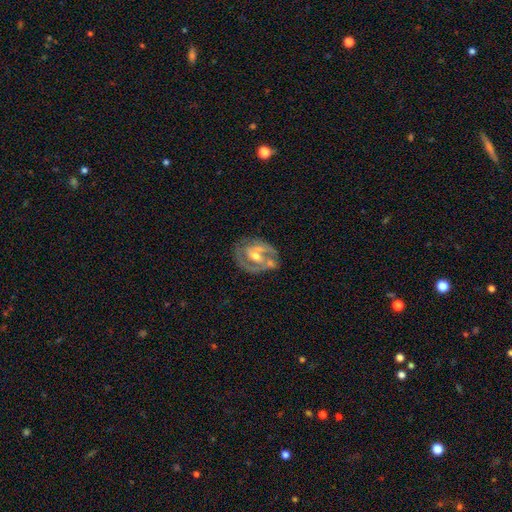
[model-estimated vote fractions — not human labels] smooth_or_featured: featured or disk (p=0.85) [alt: smooth p=0.10]
disk_edge_on: no (p=0.97) [alt: yes p=0.03]
bar: weak (p=0.44) [alt: strong p=0.30]
has_spiral_arms: yes (p=0.90) [alt: no p=0.10]
spiral_winding: medium (p=0.47) [alt: tight p=0.41]
spiral_arm_count: 2 (p=0.77) [alt: can't tell p=0.09]
bulge_size: moderate (p=0.53) [alt: small p=0.41]
merging: none (p=0.58) [alt: minor disturbance p=0.19]